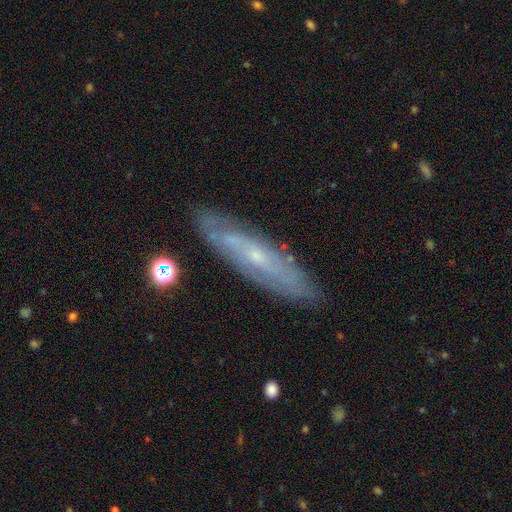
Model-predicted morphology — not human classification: Smooth or featured? Predicted: featured or disk (p=0.72). Edge-on disk? Predicted: no (p=0.65). Merging? Predicted: none (p=0.82).